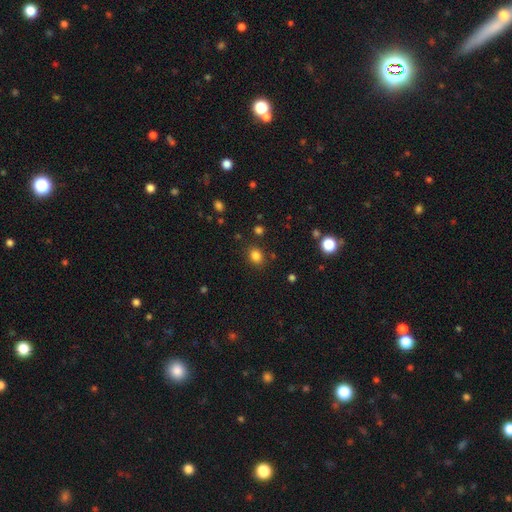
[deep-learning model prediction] The model was most divided on "how rounded": round: 59%, in between: 40%, cigar-shaped: 1%. More confident: merging — none (85%); smooth or featured — smooth (82%).